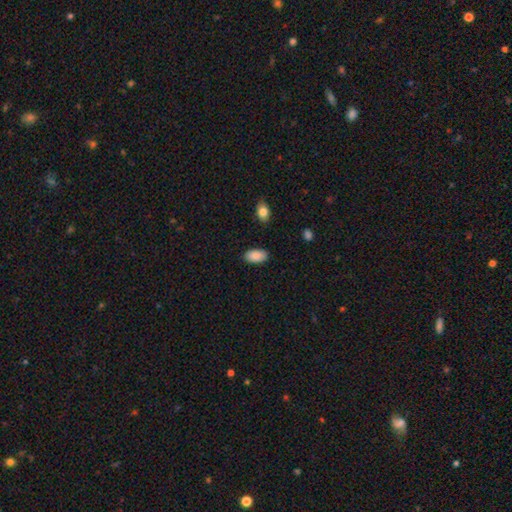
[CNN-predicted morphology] This is clearly a smooth galaxy (89%). How rounded: clearly in between (95%). Merging: clearly none (87%).